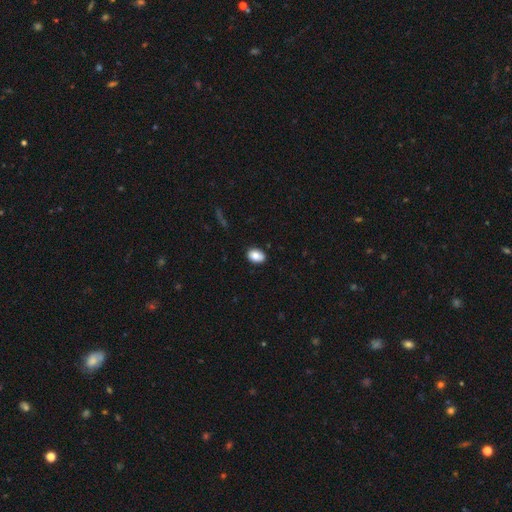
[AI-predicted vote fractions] Q: Smooth or featured?
A: smooth (84%); runner-up: star or artifact (8%)
Q: How rounded?
A: in between (80%); runner-up: round (19%)
Q: Merging?
A: none (85%); runner-up: minor disturbance (11%)